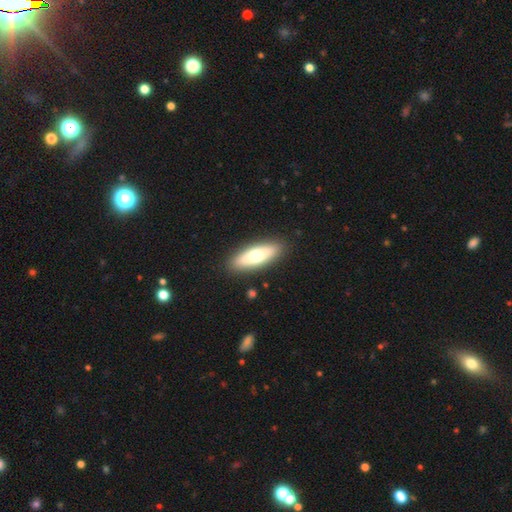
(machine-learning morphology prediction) A smooth galaxy with no disk features (66%) that is in between round and cigar-shaped (57%). Merging: none (89%).